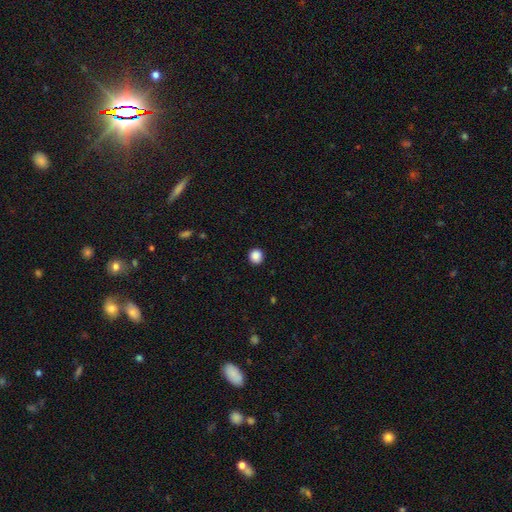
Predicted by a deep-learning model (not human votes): Q: Smooth or featured?
A: smooth (88%); runner-up: star or artifact (9%)
Q: How rounded?
A: round (91%); runner-up: in between (8%)
Q: Merging?
A: none (93%); runner-up: minor disturbance (5%)